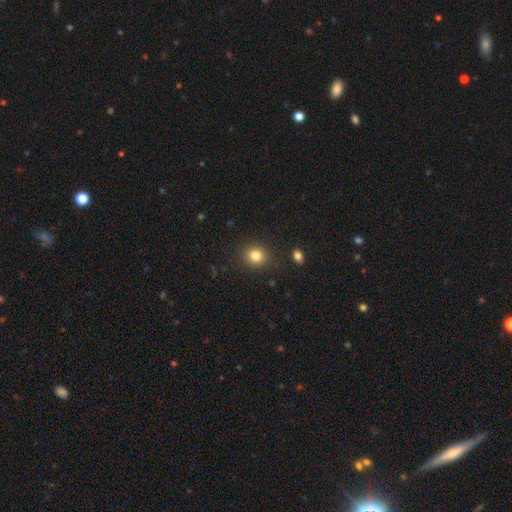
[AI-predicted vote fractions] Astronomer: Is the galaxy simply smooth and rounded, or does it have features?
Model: smooth — 82%.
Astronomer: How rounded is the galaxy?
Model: round — 81%.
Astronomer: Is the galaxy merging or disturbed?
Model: none — 88%.